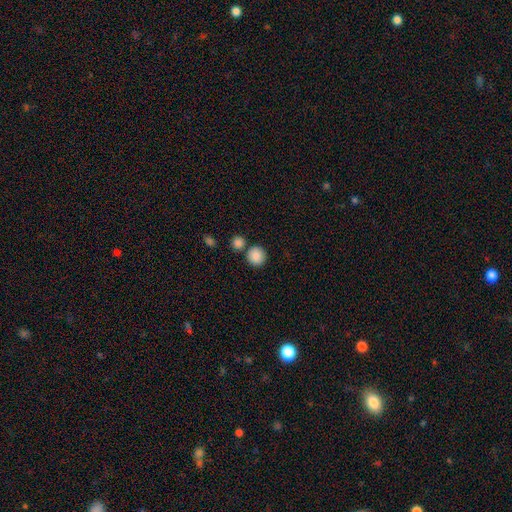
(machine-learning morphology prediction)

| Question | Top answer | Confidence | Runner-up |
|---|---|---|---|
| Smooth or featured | smooth | 88% | star or artifact (8%) |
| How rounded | round | 89% | in between (10%) |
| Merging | none | 74% | merger (14%) |